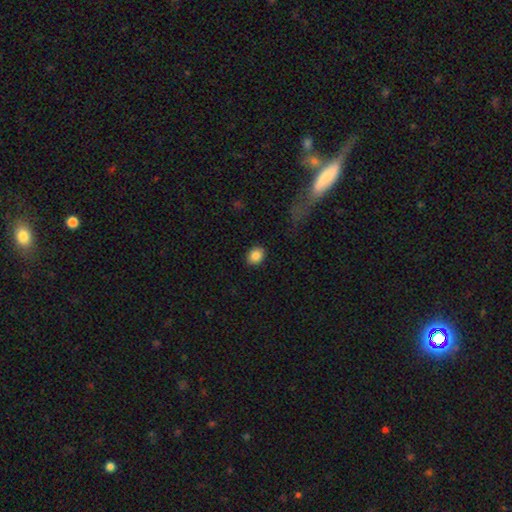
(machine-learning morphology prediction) This appears to be a smooth galaxy with no disk features (86%) that is round (50%). Merging: none (89%).